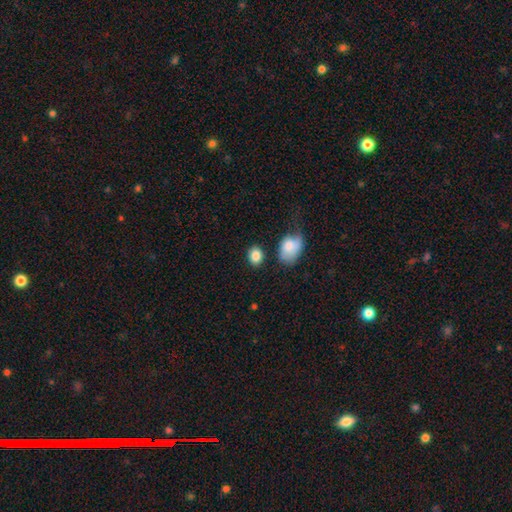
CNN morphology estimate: smooth_or_featured: smooth (p=0.86) [alt: star or artifact p=0.08]
how_rounded: in between (p=0.64) [alt: round p=0.35]
merging: none (p=0.75) [alt: minor disturbance p=0.14]